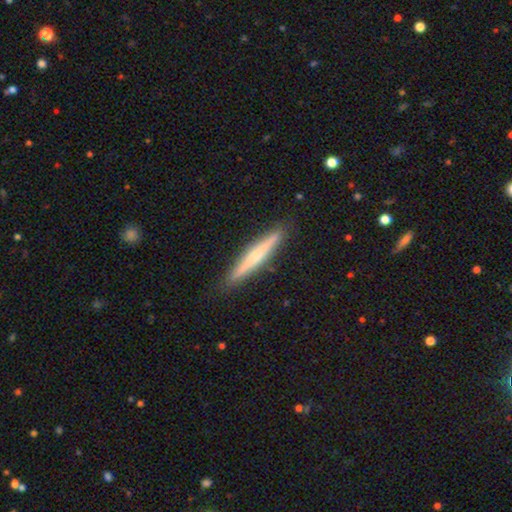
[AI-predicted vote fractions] featured or disk 51%, smooth 43%, star or artifact 6%. Down the decision tree: edge-on disk — yes (97%); merging — none (90%).